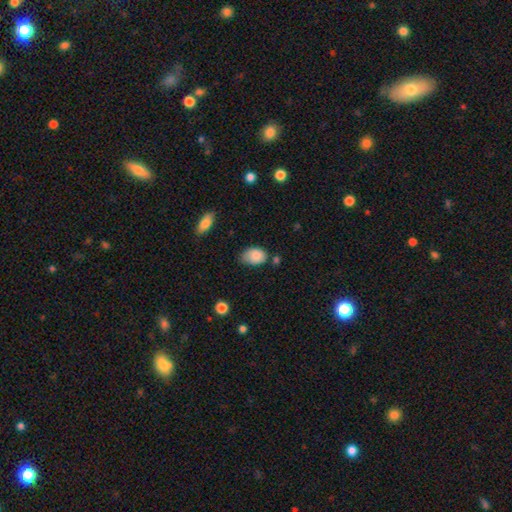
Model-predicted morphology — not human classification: Q: Smooth or featured?
A: smooth (85%); runner-up: star or artifact (8%)
Q: How rounded?
A: in between (84%); runner-up: round (15%)
Q: Merging?
A: none (54%); runner-up: minor disturbance (34%)